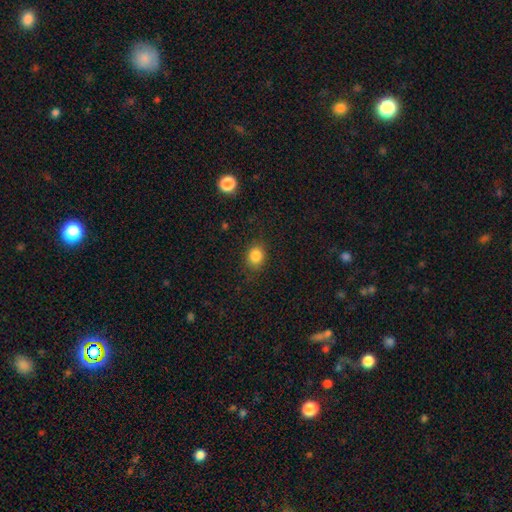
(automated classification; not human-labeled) Smooth or featured? Predicted: smooth (p=0.84). How rounded? Predicted: round (p=0.57). Merging? Predicted: none (p=0.84).